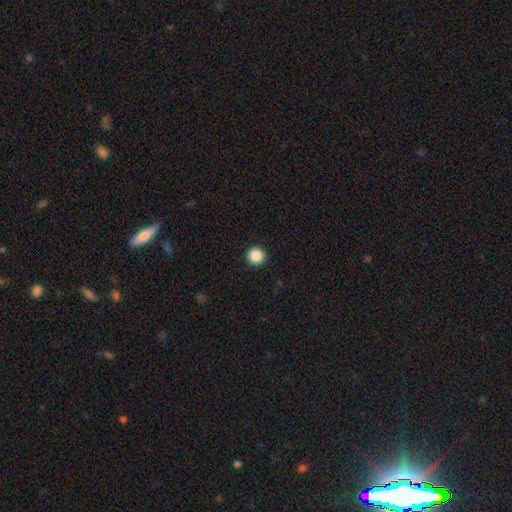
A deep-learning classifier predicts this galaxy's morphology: A smooth galaxy with no disk features (88%) that is round (96%). Merging: none (94%).